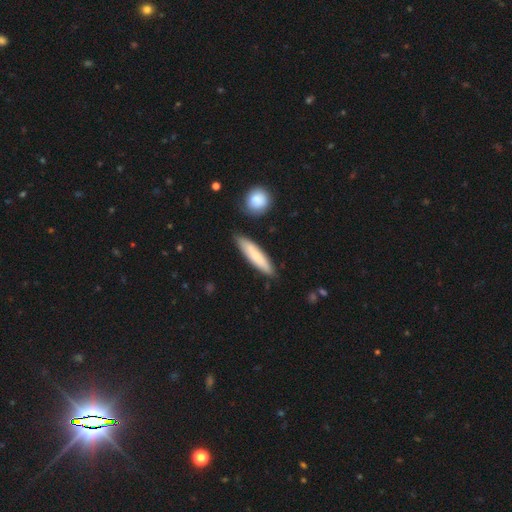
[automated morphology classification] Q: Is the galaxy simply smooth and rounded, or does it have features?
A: smooth — 76%.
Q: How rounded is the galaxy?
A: cigar-shaped — 82%.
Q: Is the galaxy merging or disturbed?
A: none — 83%.